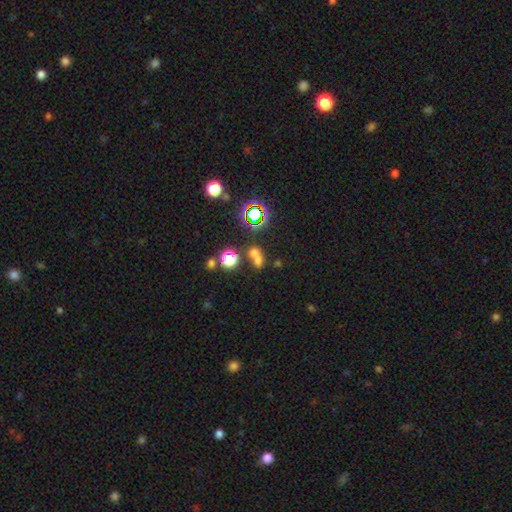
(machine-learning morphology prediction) This appears to be a smooth galaxy with no disk features (54%) that is round (61%). Merging: merger (51%).